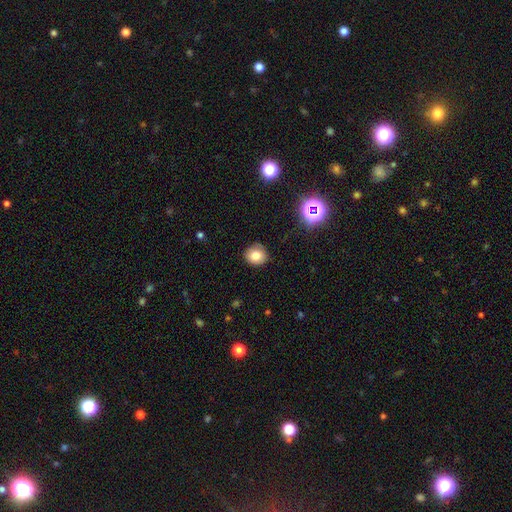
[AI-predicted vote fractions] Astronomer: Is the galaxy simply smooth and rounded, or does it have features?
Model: smooth — 80%.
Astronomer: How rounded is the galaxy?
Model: round — 85%.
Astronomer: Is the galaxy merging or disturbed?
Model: none — 86%.